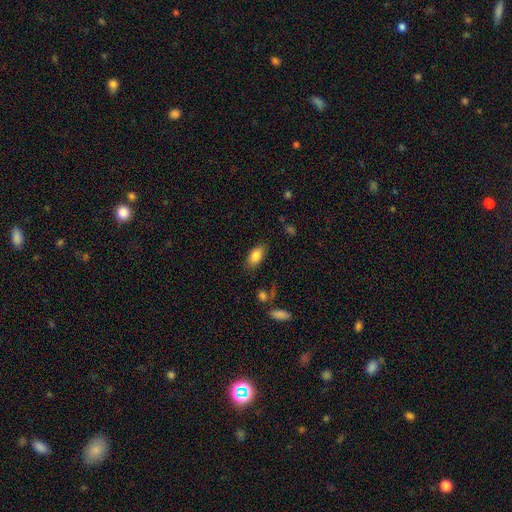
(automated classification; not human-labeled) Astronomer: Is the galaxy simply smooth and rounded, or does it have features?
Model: smooth — 84%.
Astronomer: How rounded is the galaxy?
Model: in between — 90%.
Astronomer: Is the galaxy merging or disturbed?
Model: none — 83%.